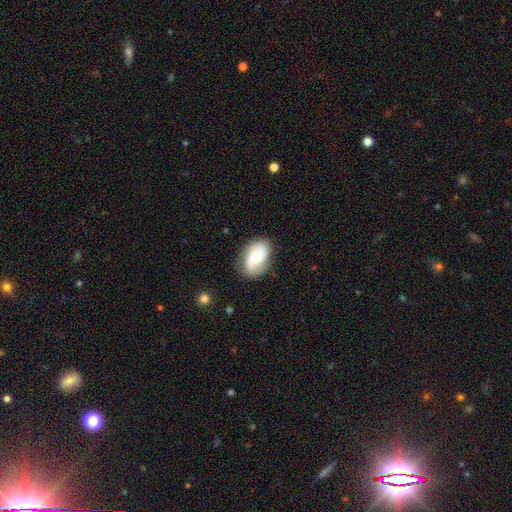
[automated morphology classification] A featured or disk galaxy (64%) with no bar (58%), 2 (87%) medium (44%) spiral arms (93%) and a moderate central bulge (46%). Merging: none (80%).